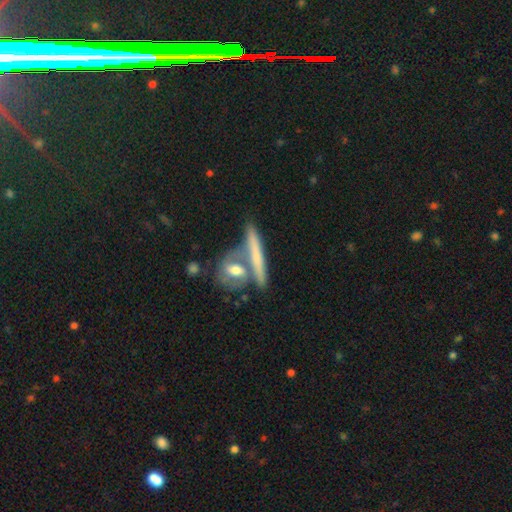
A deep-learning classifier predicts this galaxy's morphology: Overall: smooth (50%; featured or disk 42%). Merging: none (55%; merger 29%).